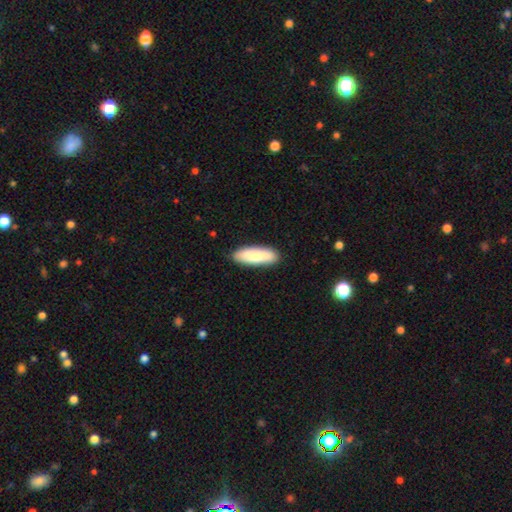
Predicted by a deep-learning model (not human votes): Smooth or featured? Predicted: smooth (p=0.83). How rounded? Predicted: in between (p=0.61). Merging? Predicted: none (p=0.87).